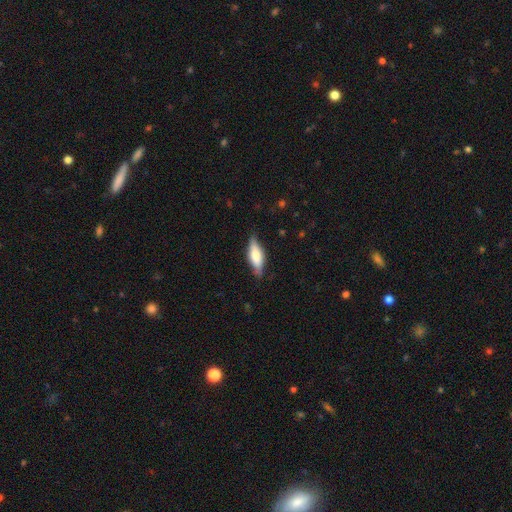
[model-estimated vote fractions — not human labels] Smooth or featured: smooth — 63% (featured or disk — 31%)
How rounded: in between — 65% (cigar-shaped — 33%)
Merging: none — 75% (minor disturbance — 20%)